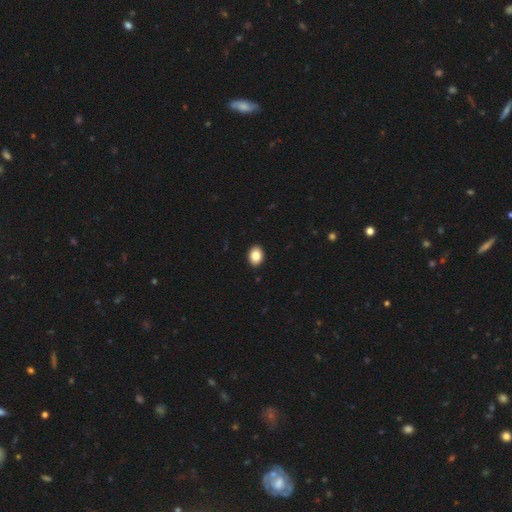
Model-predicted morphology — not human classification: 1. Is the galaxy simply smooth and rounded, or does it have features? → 85% smooth, 8% star or artifact, 7% featured or disk.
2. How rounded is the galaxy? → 75% in between, 24% round, 1% cigar-shaped.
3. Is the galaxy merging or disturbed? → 92% none, 6% minor disturbance, 1% major disturbance, 1% merger.